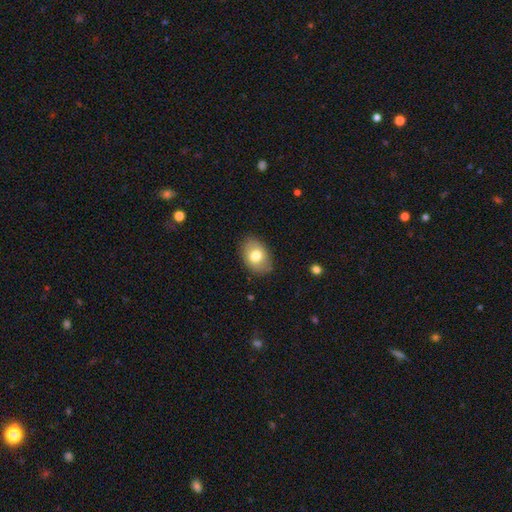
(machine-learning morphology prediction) A smooth galaxy with no disk features (76%) that is in between round and cigar-shaped (81%). Merging: none (84%).